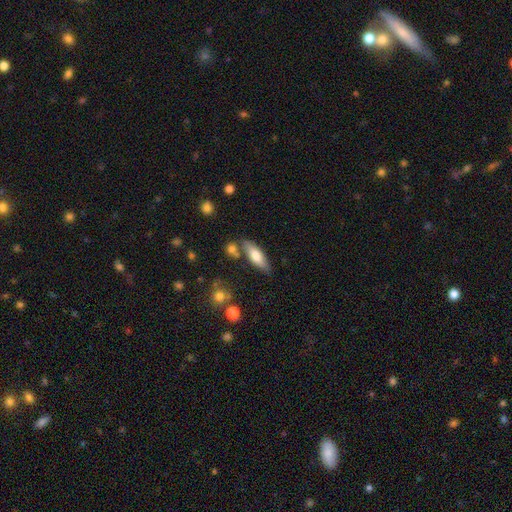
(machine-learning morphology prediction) smooth_or_featured: smooth (p=0.70) [alt: featured or disk p=0.24]
how_rounded: in between (p=0.57) [alt: cigar-shaped p=0.41]
merging: none (p=0.70) [alt: minor disturbance p=0.16]